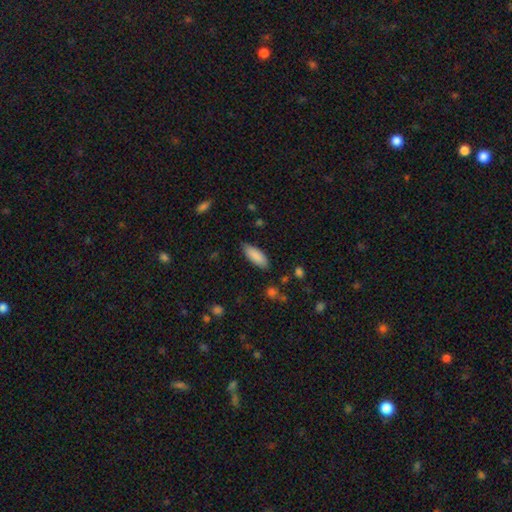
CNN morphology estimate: A smooth galaxy with no disk features (88%) that is in between round and cigar-shaped (75%).

Vote fractions:
- Smooth or featured? smooth: 88% / star or artifact: 6% / featured or disk: 6%
- How rounded? in between: 75% / cigar-shaped: 24% / round: 2%
- Merging? none: 82% / minor disturbance: 14% / major disturbance: 2% / merger: 1%